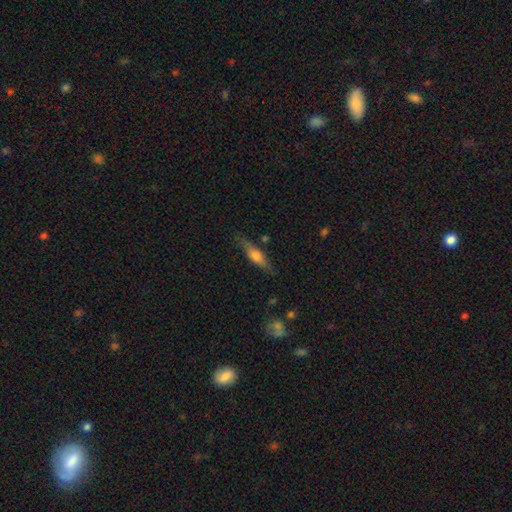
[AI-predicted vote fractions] This appears to be a smooth galaxy with no disk features (47%, tied with featured or disk). Merging: none (77%).